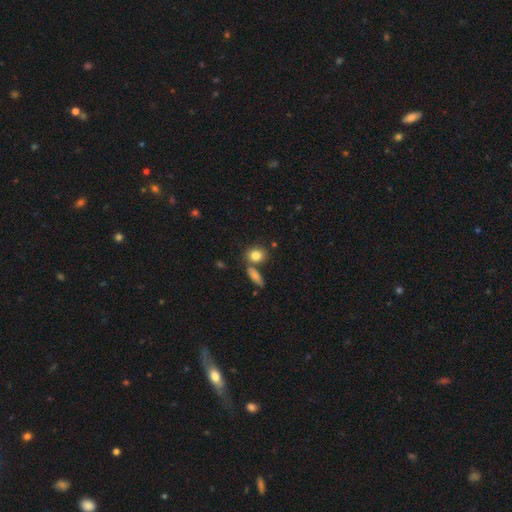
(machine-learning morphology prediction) Smooth or featured?
  - smooth: 83% *
  - star or artifact: 9%
  - featured or disk: 9%
How rounded?
  - round: 51% *
  - in between: 45%
  - cigar-shaped: 4%
Merging?
  - none: 64% *
  - merger: 21%
  - minor disturbance: 11%
  - major disturbance: 4%